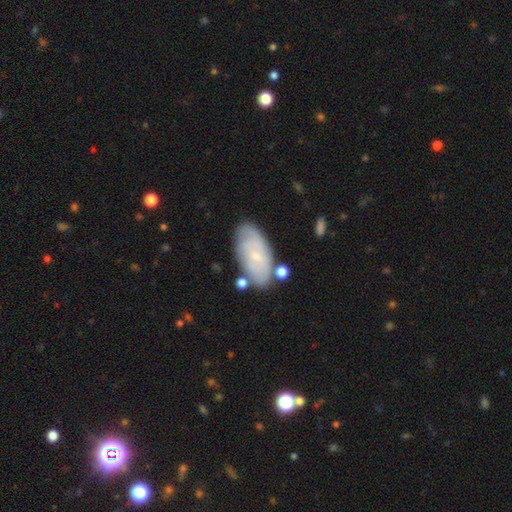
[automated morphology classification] Smooth or featured? featured or disk (47%)
Merging? none (72%)